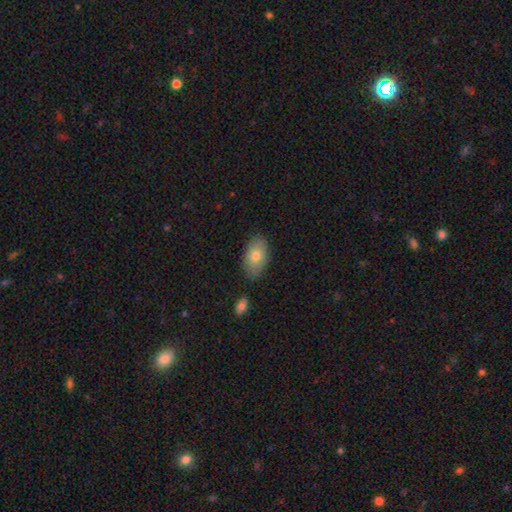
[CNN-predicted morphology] type=smooth (76%); roundness=in between (91%); merging=none (80%).